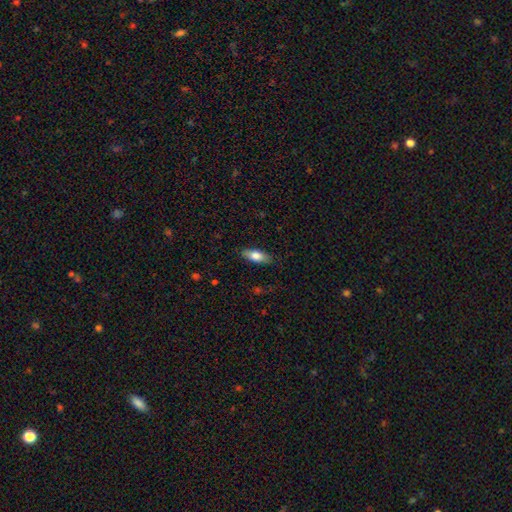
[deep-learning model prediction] smooth 76%, featured or disk 18%, star or artifact 6%. Down the decision tree: how rounded — in between (75%); merging — none (85%).